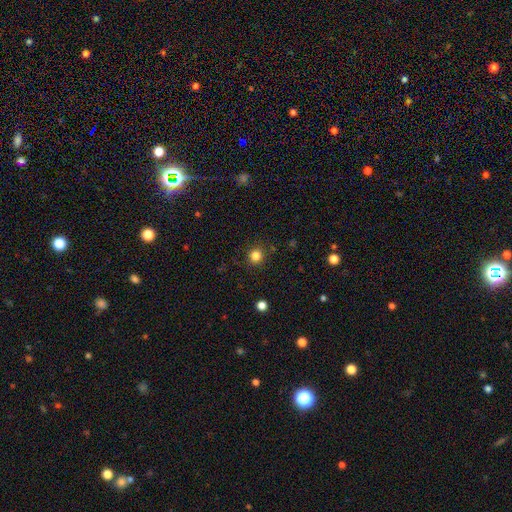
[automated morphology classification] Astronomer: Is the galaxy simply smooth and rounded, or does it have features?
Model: smooth — 83%.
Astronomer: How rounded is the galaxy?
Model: round — 92%.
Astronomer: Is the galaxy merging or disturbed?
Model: none — 89%.